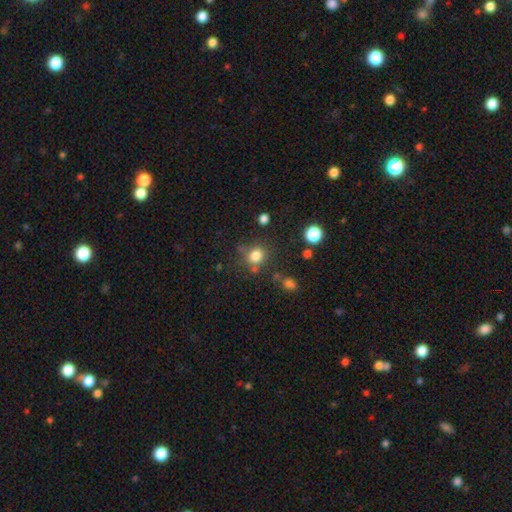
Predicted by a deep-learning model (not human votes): This is clearly a smooth galaxy (80%). How rounded: clearly round (80%). Merging: likely none (73%).